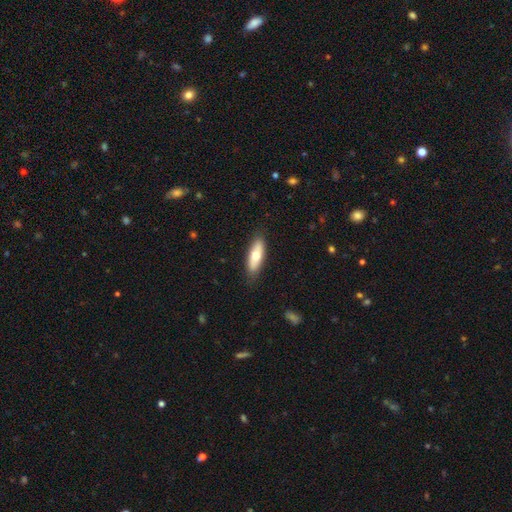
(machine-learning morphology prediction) Q: Smooth or featured?
A: smooth (68%); runner-up: featured or disk (26%)
Q: How rounded?
A: in between (59%); runner-up: cigar-shaped (39%)
Q: Merging?
A: none (86%); runner-up: minor disturbance (11%)